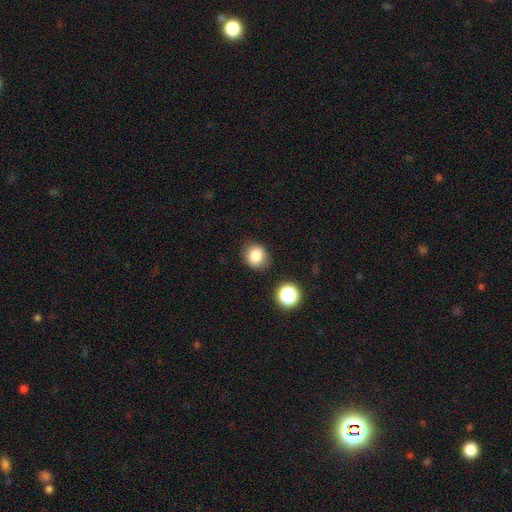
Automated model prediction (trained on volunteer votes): Smooth or featured?
  - smooth: 83% *
  - star or artifact: 11%
  - featured or disk: 6%
How rounded?
  - round: 71% *
  - in between: 28%
  - cigar-shaped: 1%
Merging?
  - none: 82% *
  - minor disturbance: 12%
  - major disturbance: 3%
  - merger: 3%